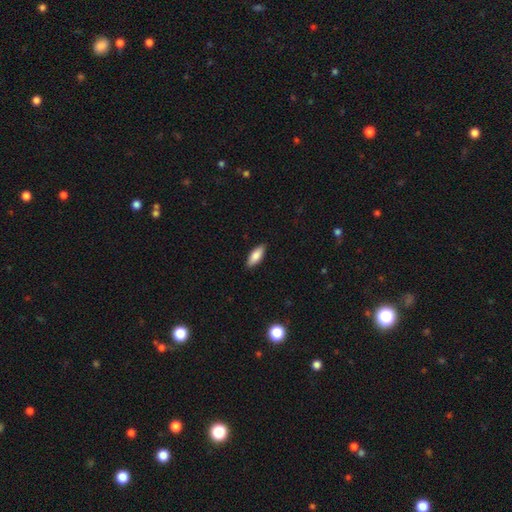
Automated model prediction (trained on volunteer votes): Morphology: type=smooth (84%); roundness=in between (76%); merging=none (89%).